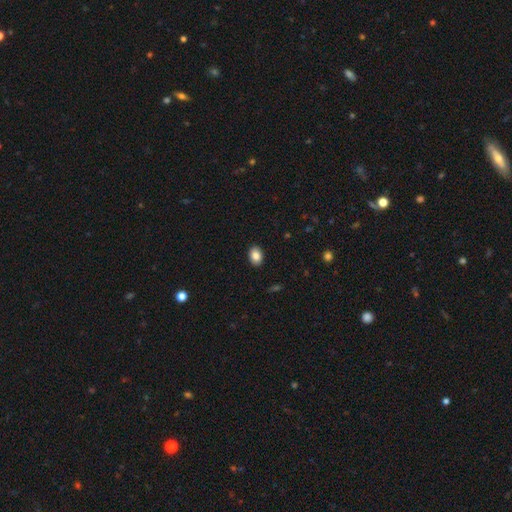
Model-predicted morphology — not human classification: Q: Smooth or featured?
A: smooth (86%); runner-up: star or artifact (8%)
Q: How rounded?
A: in between (78%); runner-up: round (21%)
Q: Merging?
A: none (90%); runner-up: minor disturbance (7%)